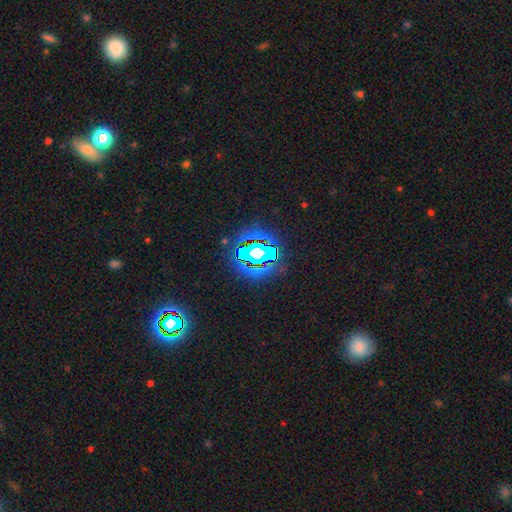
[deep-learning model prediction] Smooth or featured?
  - star or artifact: 75% *
  - smooth: 13%
  - featured or disk: 12%